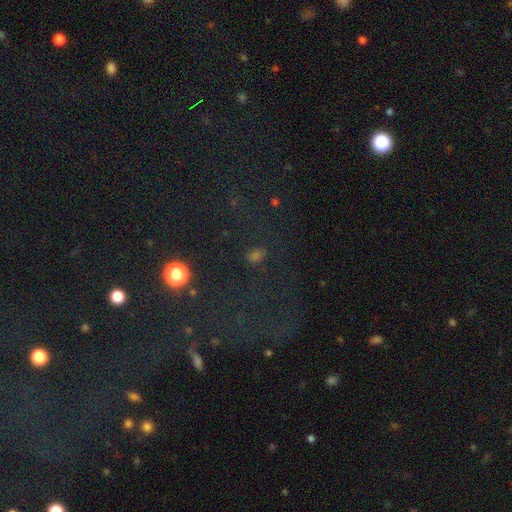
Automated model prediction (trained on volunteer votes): Smooth or featured? Predicted: smooth (p=0.47). Merging? Predicted: none (p=0.75).